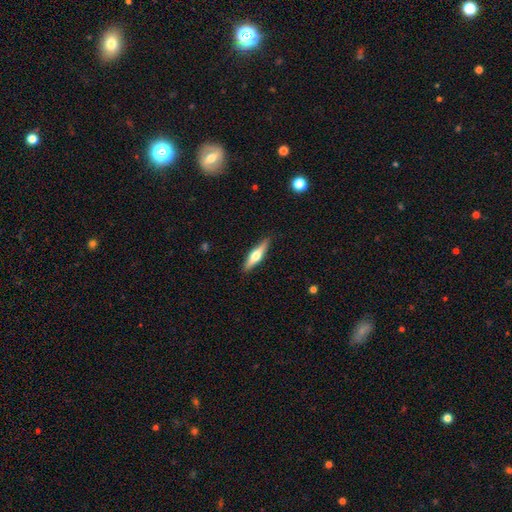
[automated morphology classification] This is possibly a featured or disk galaxy (53%). It is clearly viewed edge-on (94%). Edge-on bulge: clearly rounded (93%). Merging: clearly none (89%).